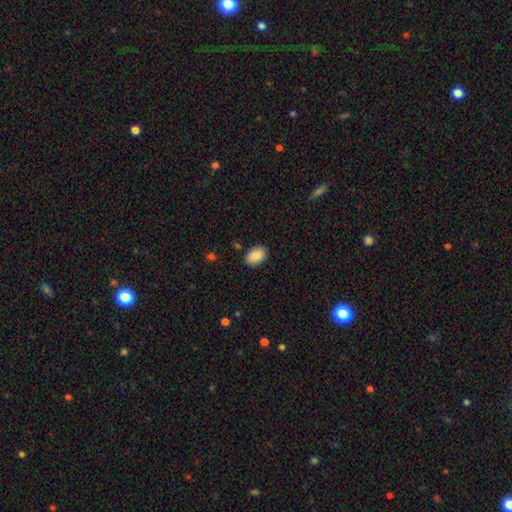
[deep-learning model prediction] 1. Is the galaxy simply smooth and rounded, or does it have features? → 86% smooth, 7% star or artifact, 7% featured or disk.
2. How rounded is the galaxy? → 86% in between, 13% round, 1% cigar-shaped.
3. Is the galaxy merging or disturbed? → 87% none, 9% minor disturbance, 2% major disturbance, 1% merger.